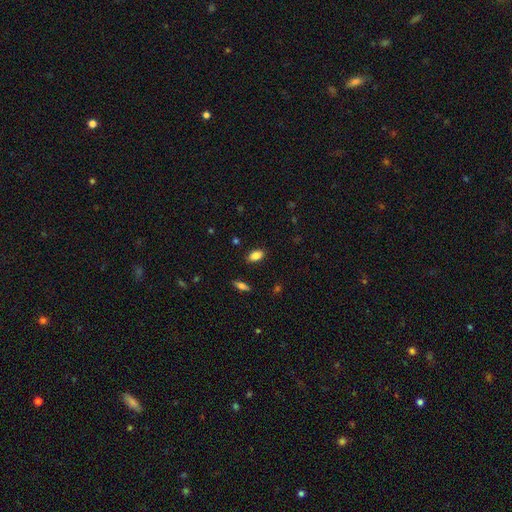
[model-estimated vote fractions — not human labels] This is clearly a smooth galaxy (82%). How rounded: clearly in between (89%). Merging: clearly none (86%).